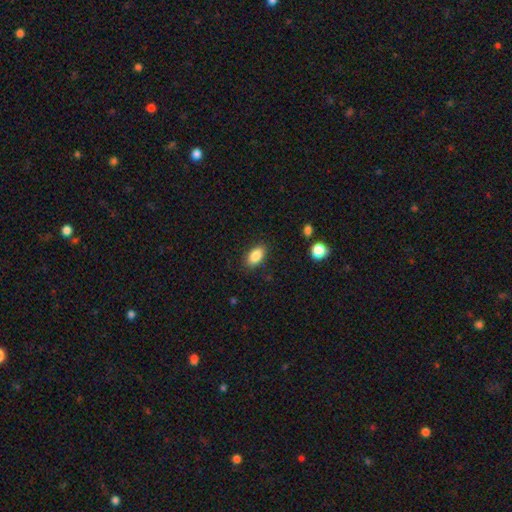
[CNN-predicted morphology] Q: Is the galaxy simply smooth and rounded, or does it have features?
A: smooth — 87%.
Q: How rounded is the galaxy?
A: in between — 90%.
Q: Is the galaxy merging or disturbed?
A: none — 87%.